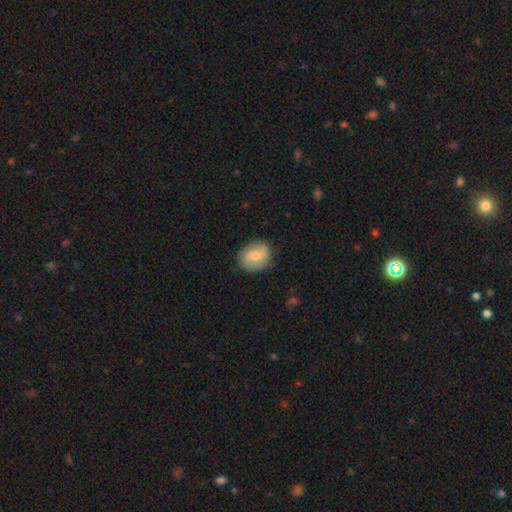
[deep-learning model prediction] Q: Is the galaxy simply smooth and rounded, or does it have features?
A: smooth — 62%.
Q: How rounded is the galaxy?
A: round — 62%.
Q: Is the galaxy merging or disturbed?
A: none — 81%.